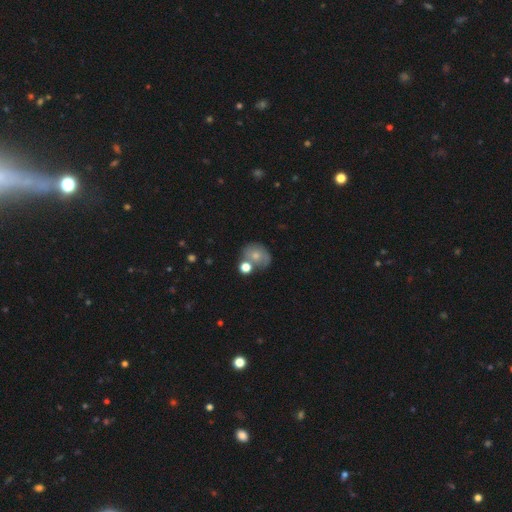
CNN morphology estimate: Q: Smooth or featured?
A: smooth (68%); runner-up: featured or disk (22%)
Q: How rounded?
A: round (55%); runner-up: in between (44%)
Q: Merging?
A: none (48%); runner-up: merger (26%)